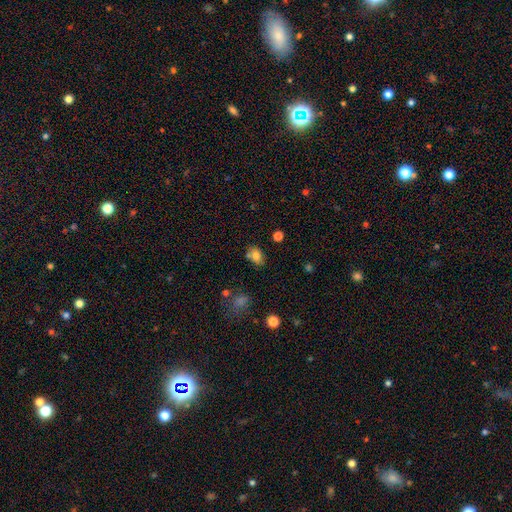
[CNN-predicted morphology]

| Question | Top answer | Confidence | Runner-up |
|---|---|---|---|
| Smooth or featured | smooth | 78% | star or artifact (11%) |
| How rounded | in between | 72% | round (27%) |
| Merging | none | 65% | minor disturbance (18%) |